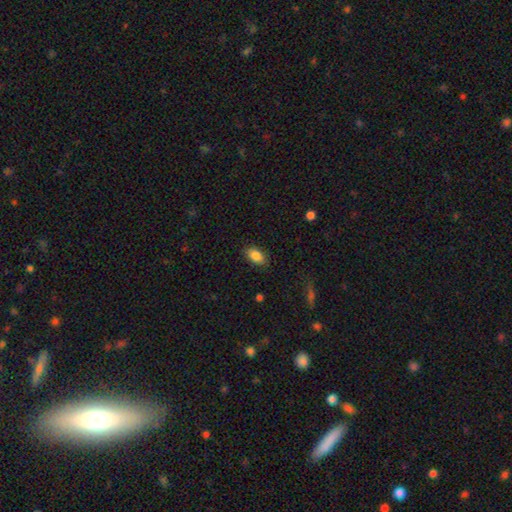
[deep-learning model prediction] Q: Smooth or featured?
A: smooth (87%); runner-up: star or artifact (8%)
Q: How rounded?
A: in between (91%); runner-up: round (5%)
Q: Merging?
A: none (87%); runner-up: minor disturbance (10%)